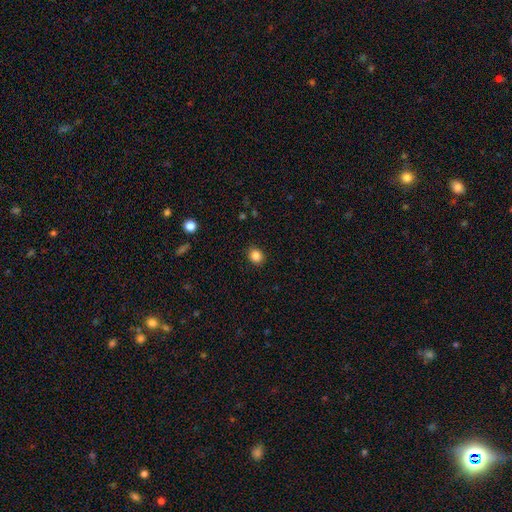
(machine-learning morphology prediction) smooth 86%, star or artifact 10%, featured or disk 4%. Down the decision tree: how rounded — round (69%); merging — none (90%).